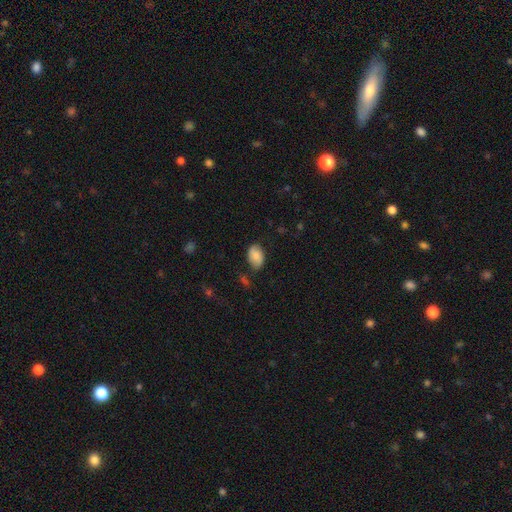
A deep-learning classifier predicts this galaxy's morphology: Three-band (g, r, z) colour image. It shows a smooth galaxy with no disk features (79%) that is in between round and cigar-shaped (90%). Merging: none (75%).